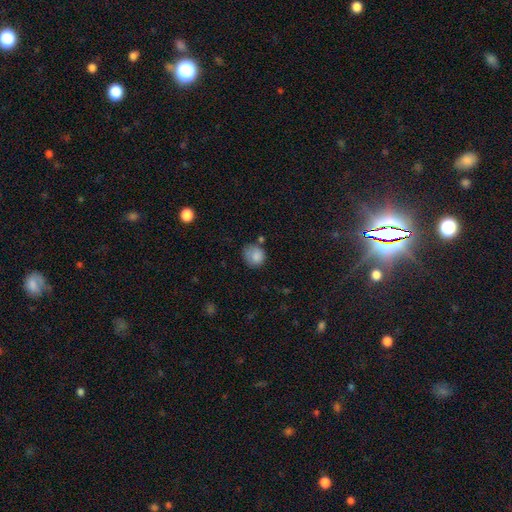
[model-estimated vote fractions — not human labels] smooth-or-featured: smooth: 83% | star or artifact: 9% | featured or disk: 8%
  how-rounded: round: 78% | in between: 21% | cigar-shaped: 1%
  merging: none: 56% | minor disturbance: 27% | major disturbance: 10% | merger: 7%